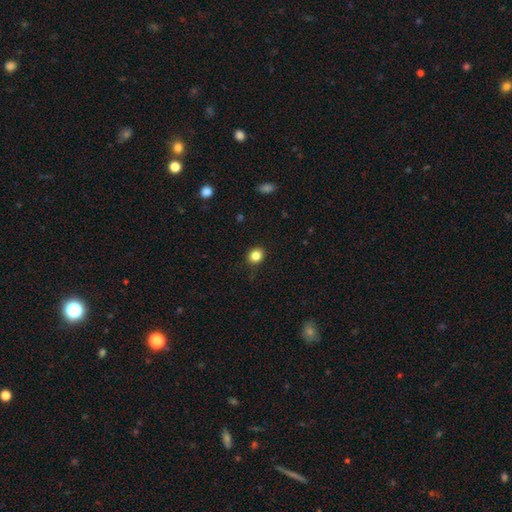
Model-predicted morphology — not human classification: Smooth or featured: smooth — 84% (star or artifact — 11%)
How rounded: round — 72% (in between — 27%)
Merging: none — 87% (minor disturbance — 10%)